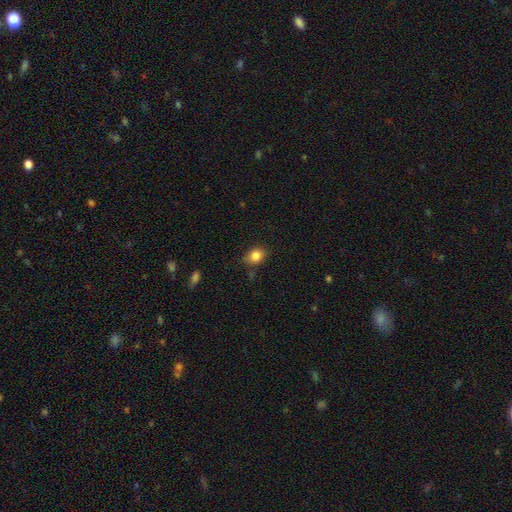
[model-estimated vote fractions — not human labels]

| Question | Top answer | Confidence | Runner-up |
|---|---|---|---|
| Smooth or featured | smooth | 84% | star or artifact (10%) |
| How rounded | round | 53% | in between (46%) |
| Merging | none | 73% | minor disturbance (20%) |